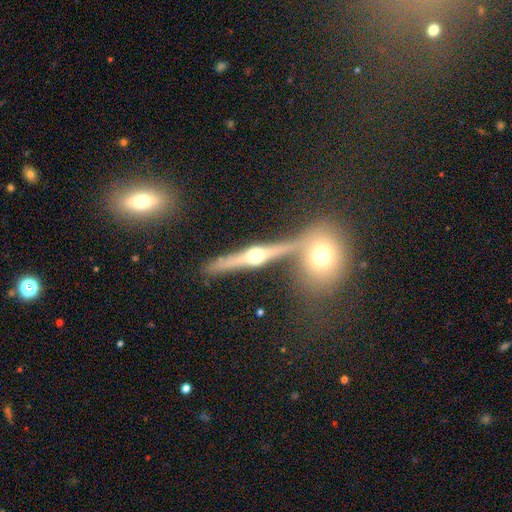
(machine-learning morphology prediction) Smooth or featured? Predicted: featured or disk (p=0.77). Edge-on disk? Predicted: yes (p=0.95). Edge-on bulge? Predicted: rounded (p=0.95). Merging? Predicted: none (p=0.70).